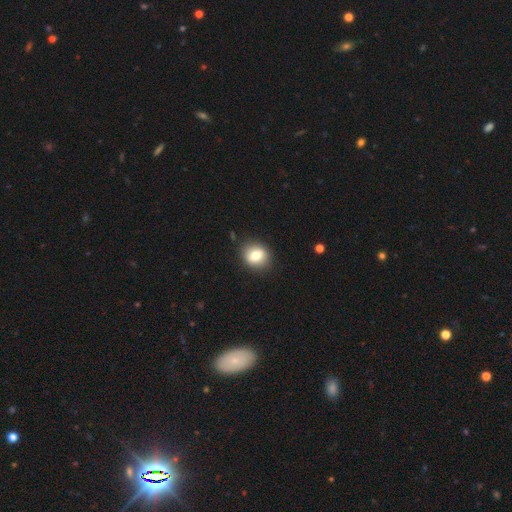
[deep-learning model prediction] This is likely a smooth galaxy (78%). How rounded: likely round (64%). Merging: clearly none (86%).